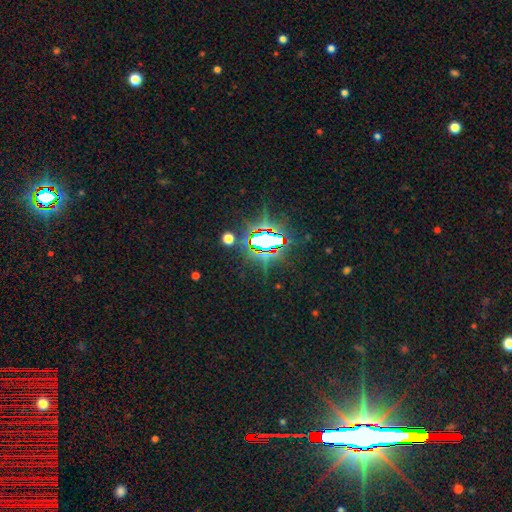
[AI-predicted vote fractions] Q: Smooth or featured?
A: star or artifact (85%); runner-up: smooth (7%)